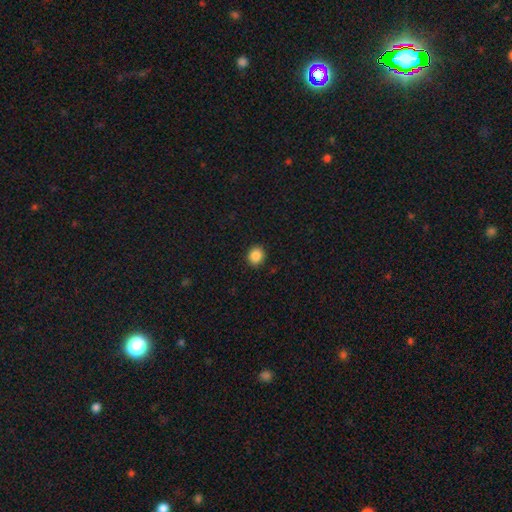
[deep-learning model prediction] Overall: smooth (87%). How rounded: round (83%). Merging: none (91%).